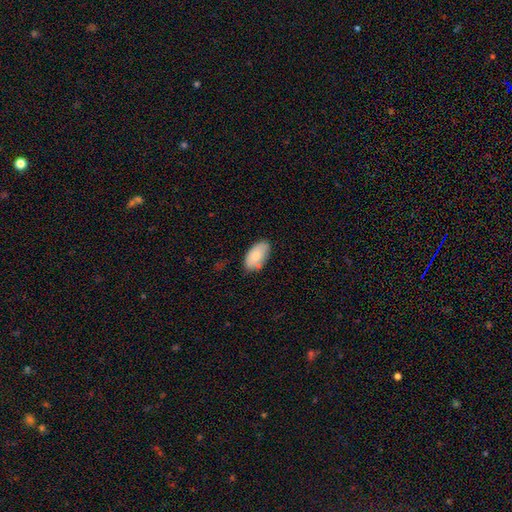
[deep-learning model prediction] The model was most divided on "merging": none: 73%, minor disturbance: 21%, major disturbance: 4%, merger: 2%. More confident: how rounded — in between (95%); smooth or featured — smooth (78%).